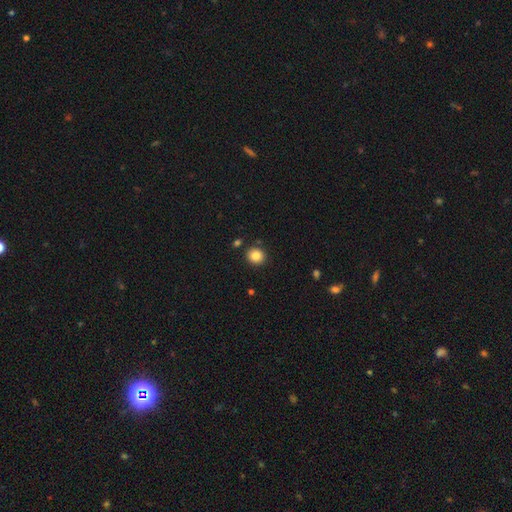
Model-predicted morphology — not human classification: smooth 85%, star or artifact 10%, featured or disk 5%. Down the decision tree: how rounded — round (85%); merging — none (88%).